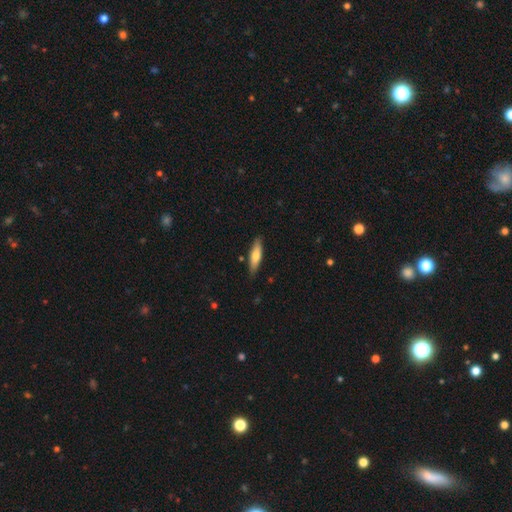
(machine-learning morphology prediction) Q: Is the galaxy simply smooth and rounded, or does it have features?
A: smooth — 67%.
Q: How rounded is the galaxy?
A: cigar-shaped — 67%.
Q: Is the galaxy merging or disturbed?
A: none — 85%.